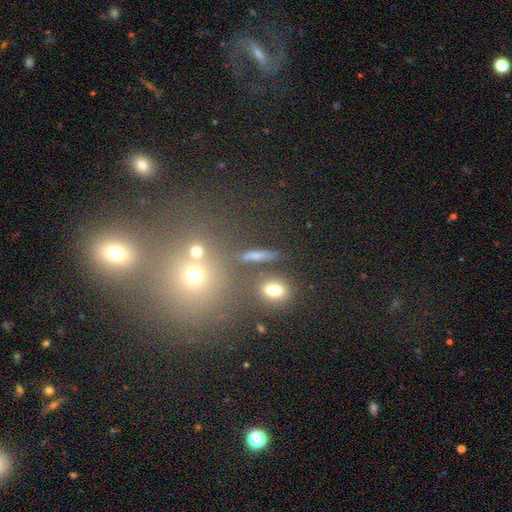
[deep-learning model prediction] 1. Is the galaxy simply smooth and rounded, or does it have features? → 60% smooth, 23% featured or disk, 17% star or artifact.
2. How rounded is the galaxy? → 54% cigar-shaped, 26% in between, 21% round.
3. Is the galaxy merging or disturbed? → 77% none, 11% minor disturbance, 8% merger, 5% major disturbance.